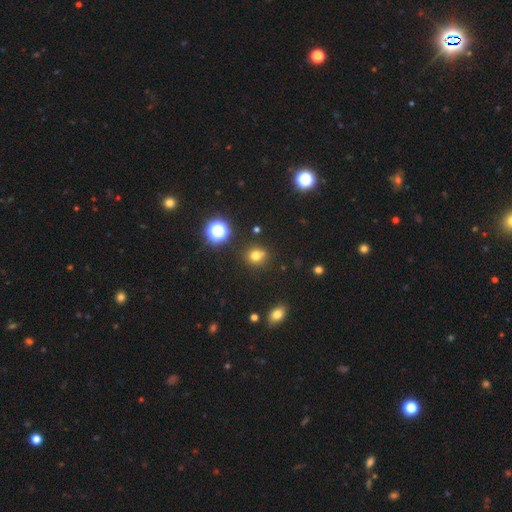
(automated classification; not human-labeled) Morphology: type=smooth (73%); roundness=round (83%); merging=none (77%).